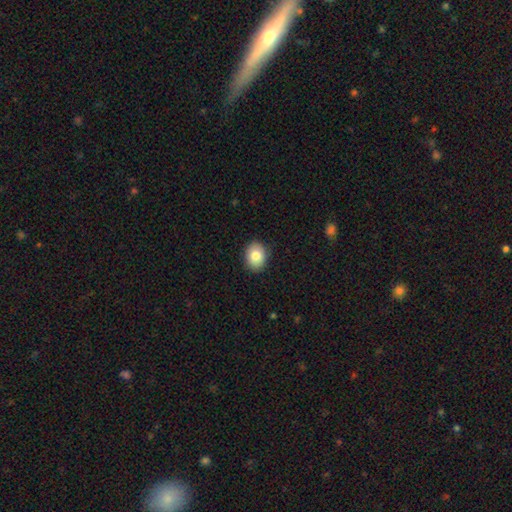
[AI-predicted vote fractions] smooth 83%, featured or disk 9%, star or artifact 8%. Down the decision tree: how rounded — in between (57%); merging — none (89%).